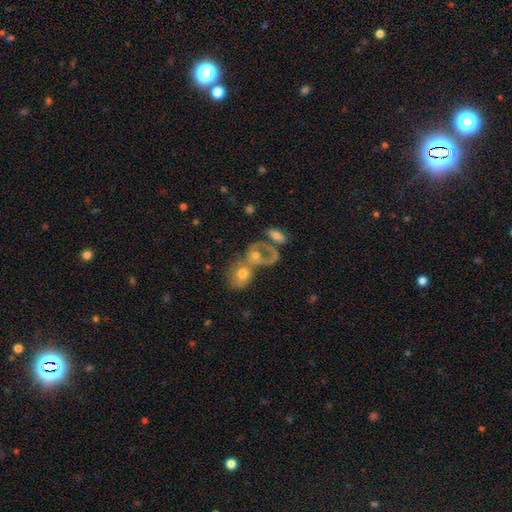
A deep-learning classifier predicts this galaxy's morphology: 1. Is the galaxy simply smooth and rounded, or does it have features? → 48% smooth, 42% featured or disk, 11% star or artifact.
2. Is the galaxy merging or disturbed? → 64% merger, 15% none, 13% major disturbance, 8% minor disturbance.